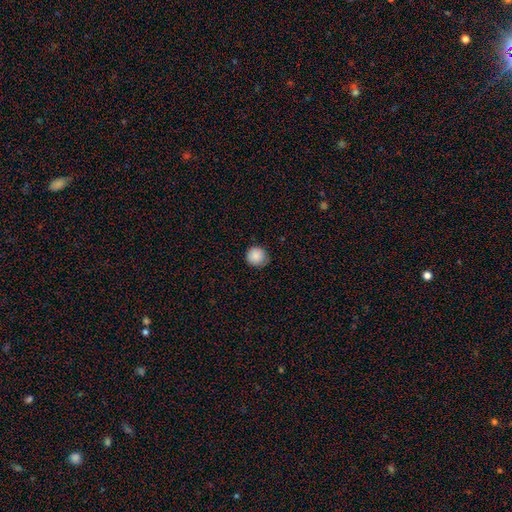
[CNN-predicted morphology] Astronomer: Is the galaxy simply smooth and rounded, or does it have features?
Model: smooth — 87%.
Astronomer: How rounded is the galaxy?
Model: round — 93%.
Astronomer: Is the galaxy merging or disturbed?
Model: none — 79%.